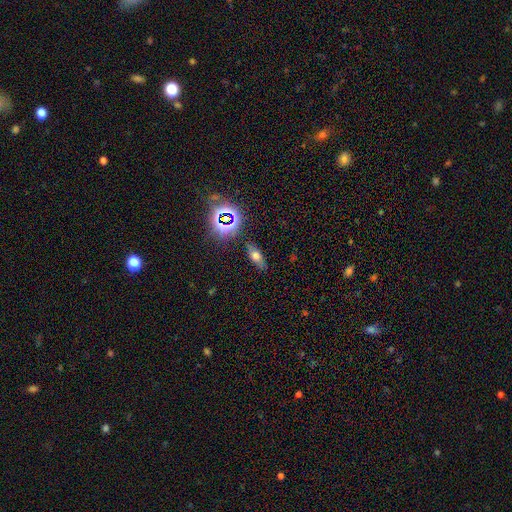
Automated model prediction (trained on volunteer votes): Smooth or featured?
  - smooth: 56% *
  - star or artifact: 22%
  - featured or disk: 21%
How rounded?
  - in between: 70% *
  - cigar-shaped: 21%
  - round: 9%
Merging?
  - none: 83% *
  - minor disturbance: 12%
  - major disturbance: 3%
  - merger: 2%